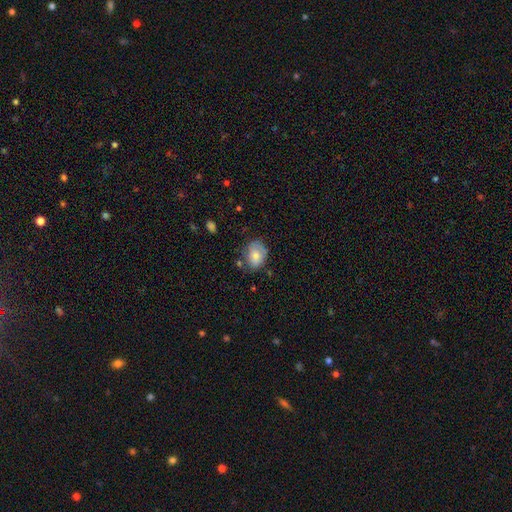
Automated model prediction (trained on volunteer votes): smooth-or-featured: smooth: 68% | featured or disk: 24% | star or artifact: 8%
  how-rounded: in between: 66% | round: 33% | cigar-shaped: 1%
  merging: none: 60% | minor disturbance: 28% | major disturbance: 8% | merger: 4%